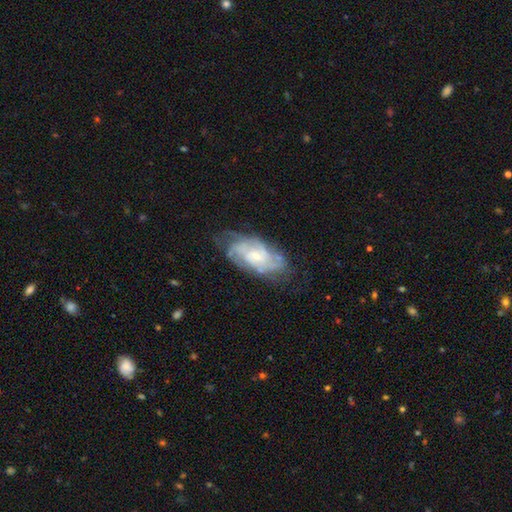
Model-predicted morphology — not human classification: smooth-or-featured: featured or disk: 80% | smooth: 14% | star or artifact: 6%
  disk-edge-on: no: 95% | yes: 5%
    bar: no: 67% | weak: 28% | strong: 5%
    has-spiral-arms: yes: 93% | no: 7%
      spiral-winding: tight: 59% | medium: 32% | loose: 8%
      spiral-arm-count: can't tell: 40% | 2: 19% | 3: 17% | 4: 14% | more than 4: 5% | 1: 4%
    bulge-size: small: 61% | moderate: 33% | none: 3% | large: 2% | dominant: 1%
  merging: none: 69% | minor disturbance: 21% | major disturbance: 8% | merger: 2%